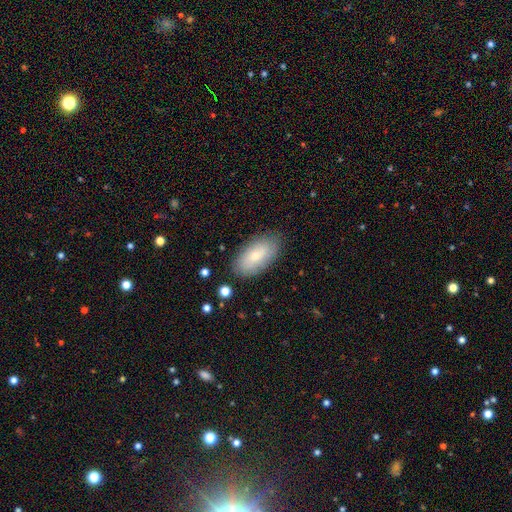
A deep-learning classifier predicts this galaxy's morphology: smooth_or_featured: smooth (p=0.68) [alt: featured or disk p=0.25]
how_rounded: in between (p=0.93) [alt: cigar-shaped p=0.04]
merging: none (p=0.82) [alt: minor disturbance p=0.13]